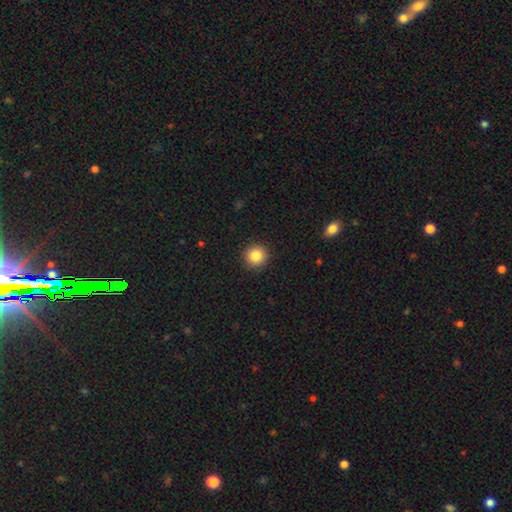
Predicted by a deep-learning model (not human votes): smooth 85%, star or artifact 10%, featured or disk 5%. Down the decision tree: how rounded — round (95%); merging — none (92%).